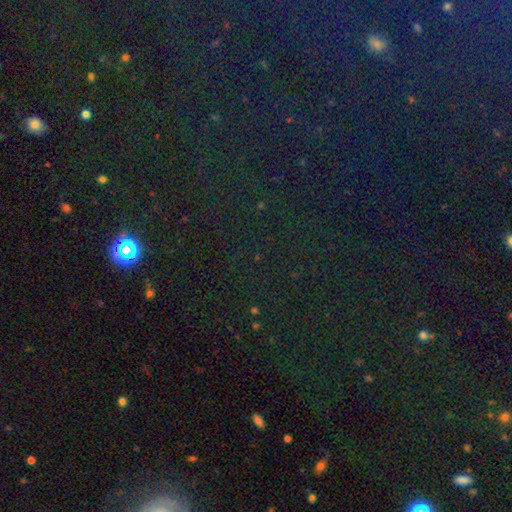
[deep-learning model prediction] Smooth or featured? Predicted: star or artifact (p=0.78).